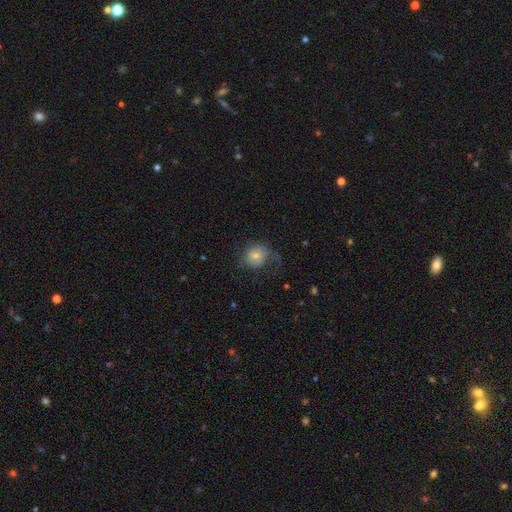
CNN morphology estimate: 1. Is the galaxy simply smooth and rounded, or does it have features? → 60% smooth, 31% featured or disk, 10% star or artifact.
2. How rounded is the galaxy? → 75% round, 24% in between, 1% cigar-shaped.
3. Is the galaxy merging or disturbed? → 45% none, 30% major disturbance, 23% minor disturbance, 2% merger.